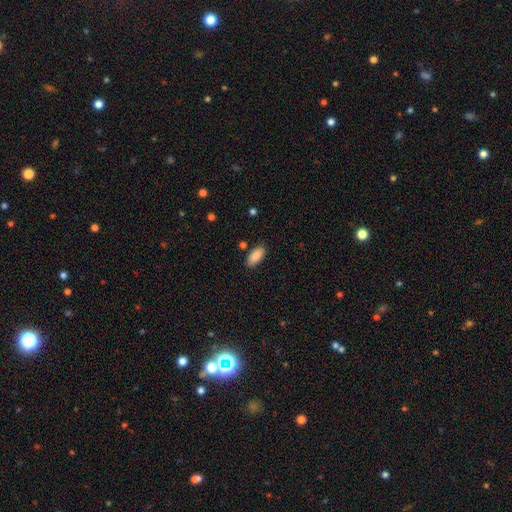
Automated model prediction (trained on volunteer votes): Morphology: type=smooth (89%); roundness=in between (89%); merging=none (84%).